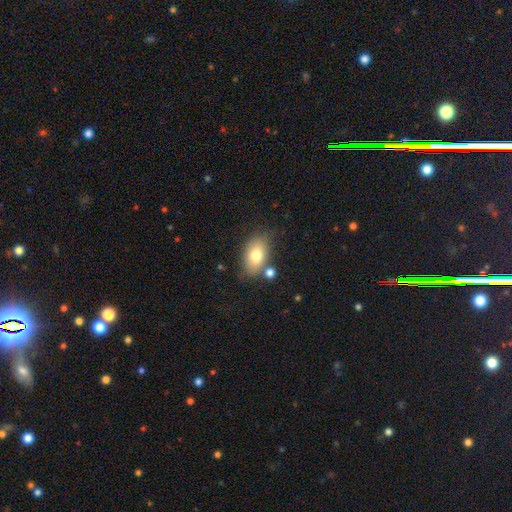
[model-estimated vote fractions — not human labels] Morphology: type=smooth (76%); roundness=in between (88%); merging=none (72%).